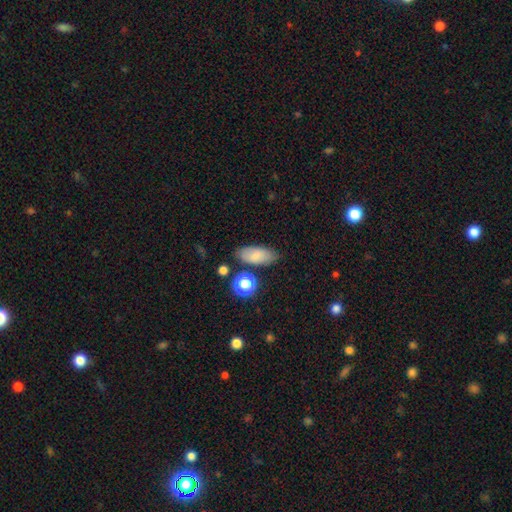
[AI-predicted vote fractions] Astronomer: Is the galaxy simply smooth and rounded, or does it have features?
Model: smooth — 78%.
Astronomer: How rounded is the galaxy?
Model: in between — 83%.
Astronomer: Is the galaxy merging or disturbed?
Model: none — 78%.